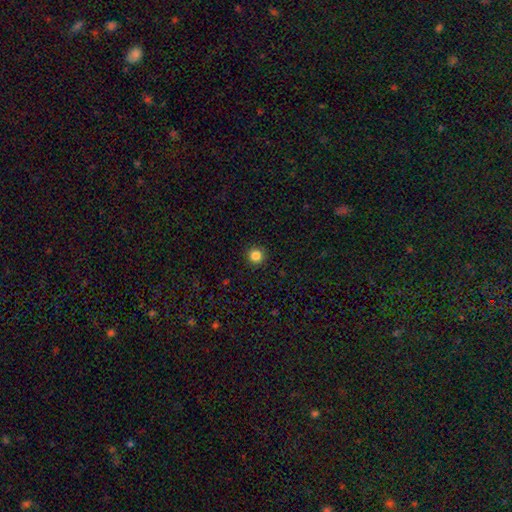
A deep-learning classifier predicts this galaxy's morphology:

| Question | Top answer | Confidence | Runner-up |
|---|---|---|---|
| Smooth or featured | smooth | 85% | star or artifact (11%) |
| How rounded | round | 96% | in between (4%) |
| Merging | none | 93% | minor disturbance (5%) |